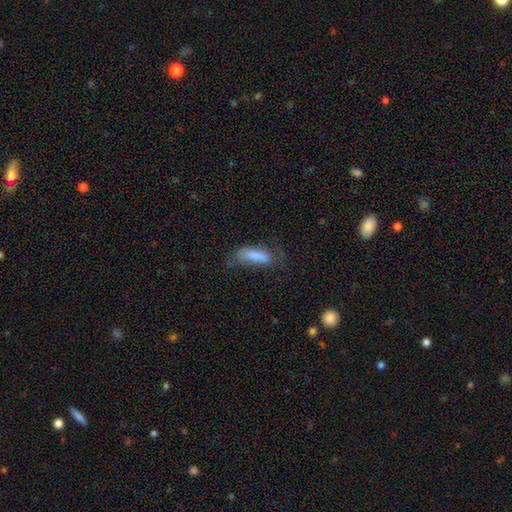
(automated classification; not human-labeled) This appears to be a smooth galaxy with no disk features (71%) that is in between round and cigar-shaped (54%). Merging: none (38%).